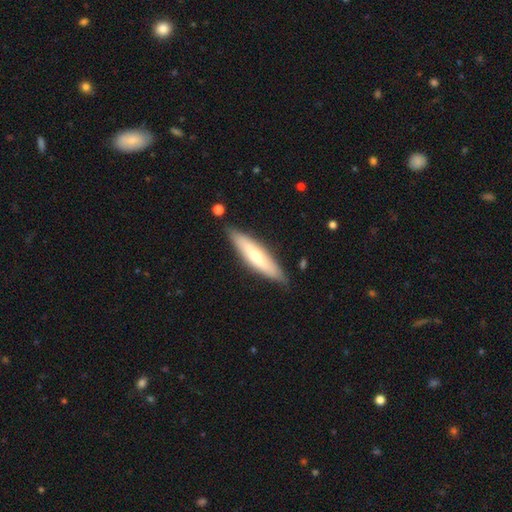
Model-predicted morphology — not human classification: This appears to be a smooth galaxy with no disk features (50%) that is cigar-shaped (81%). Merging: none (85%).